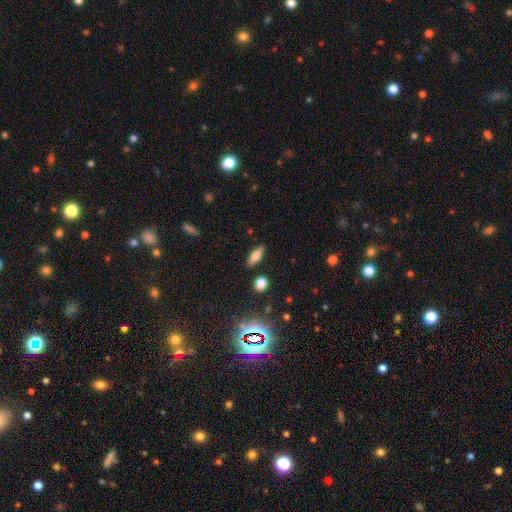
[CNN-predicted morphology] smooth-or-featured: smooth: 70% | featured or disk: 19% | star or artifact: 11%
  how-rounded: in between: 66% | cigar-shaped: 30% | round: 4%
  merging: none: 86% | minor disturbance: 9% | merger: 3% | major disturbance: 2%